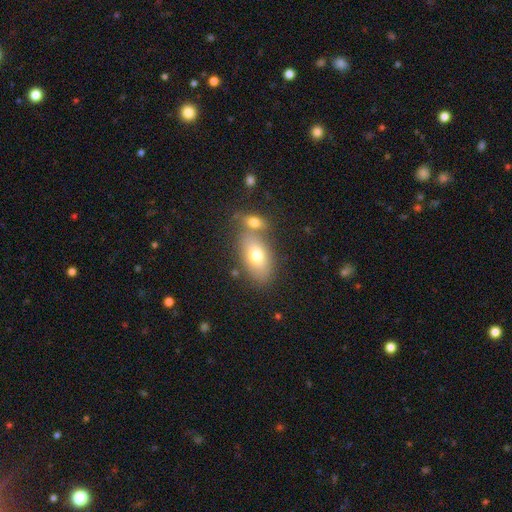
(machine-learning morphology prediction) smooth 72%, featured or disk 20%, star or artifact 8%. Down the decision tree: how rounded — in between (89%); merging — none (54%).